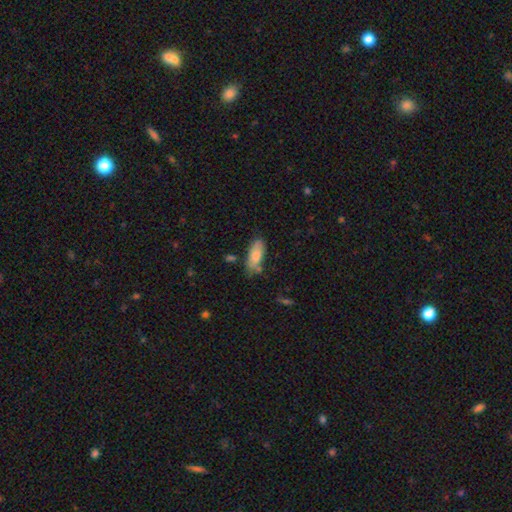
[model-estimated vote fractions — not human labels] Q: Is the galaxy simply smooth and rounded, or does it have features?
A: smooth — 79%.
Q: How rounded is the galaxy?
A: in between — 81%.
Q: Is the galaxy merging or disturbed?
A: none — 64%.